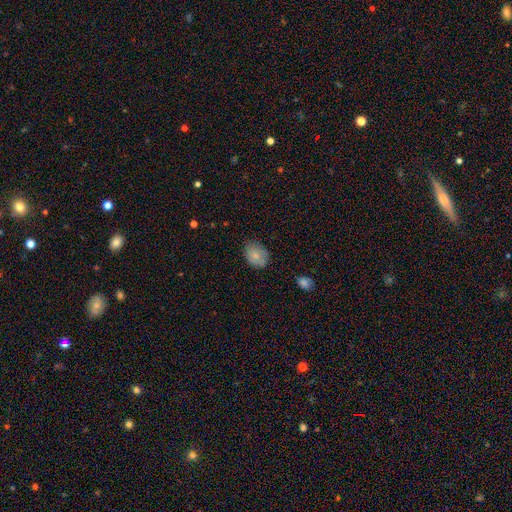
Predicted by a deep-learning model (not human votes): Smooth or featured? Predicted: smooth (p=0.81). How rounded? Predicted: in between (p=0.67). Merging? Predicted: none (p=0.77).